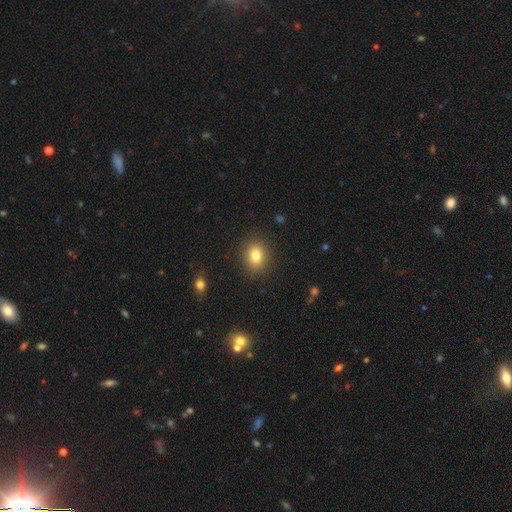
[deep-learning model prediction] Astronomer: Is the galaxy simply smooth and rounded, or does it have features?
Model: smooth — 81%.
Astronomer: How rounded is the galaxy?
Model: round — 58% (runner-up: in between, 41%).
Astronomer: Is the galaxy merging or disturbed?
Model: none — 89%.